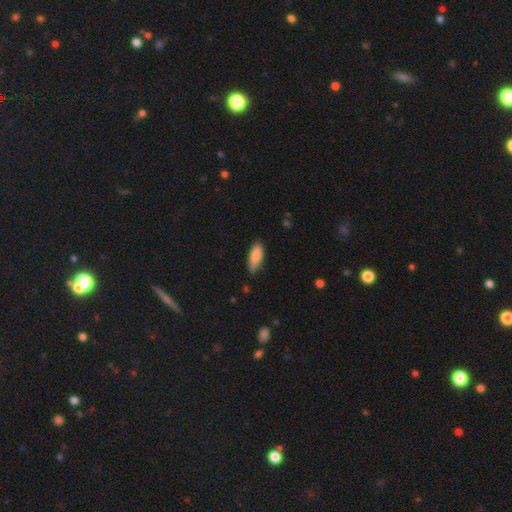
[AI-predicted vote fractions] This appears to be a smooth galaxy with no disk features (83%) that is in between round and cigar-shaped (66%). Merging: none (74%).